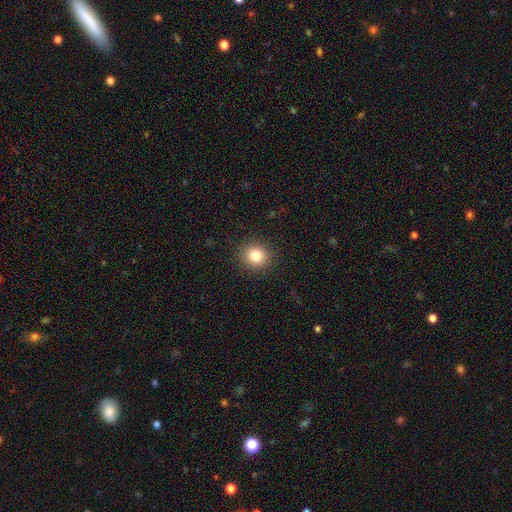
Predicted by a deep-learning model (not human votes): smooth_or_featured: smooth (p=0.82) [alt: star or artifact p=0.11]
how_rounded: round (p=0.84) [alt: in between p=0.15]
merging: none (p=0.91) [alt: minor disturbance p=0.06]